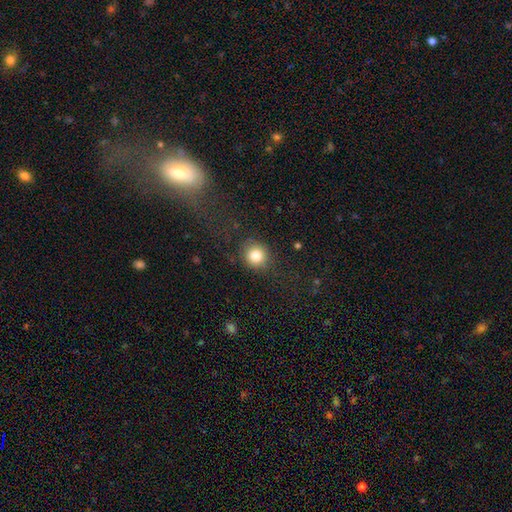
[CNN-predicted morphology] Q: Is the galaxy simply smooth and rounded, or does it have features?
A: smooth — 83%.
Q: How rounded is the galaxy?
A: round — 88%.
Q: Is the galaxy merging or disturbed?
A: none — 83%.